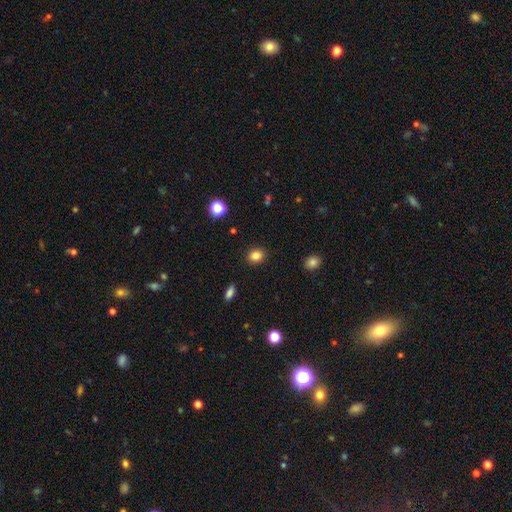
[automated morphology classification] Q: Smooth or featured?
A: smooth (84%); runner-up: star or artifact (11%)
Q: How rounded?
A: round (53%); runner-up: in between (46%)
Q: Merging?
A: none (89%); runner-up: minor disturbance (7%)